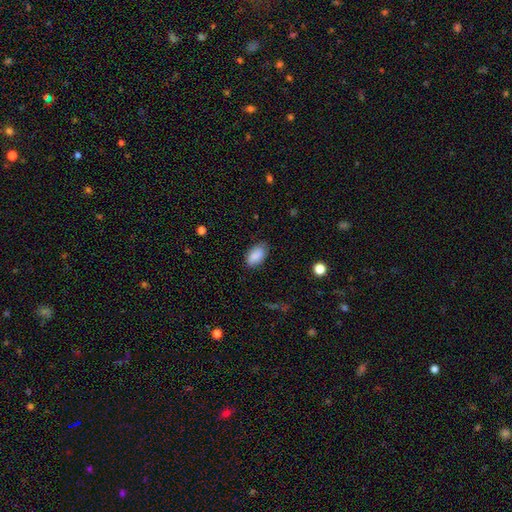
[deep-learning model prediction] smooth_or_featured: smooth (p=0.87) [alt: star or artifact p=0.07]
how_rounded: in between (p=0.94) [alt: round p=0.05]
merging: none (p=0.78) [alt: minor disturbance p=0.17]